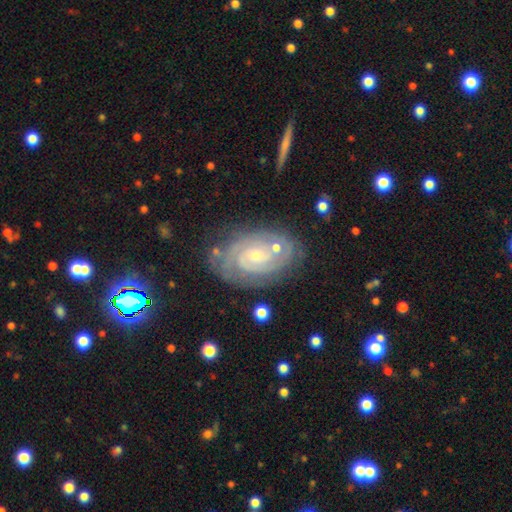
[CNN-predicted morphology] The model was most divided on "spiral arm count": 2: 47%, can't tell: 23%, 3: 16%, 4: 5%, 1: 4%, more than 4: 4%. More confident: edge-on disk — no (97%); spiral arms — yes (96%); smooth or featured — featured or disk (85%); spiral winding — tight (75%); bar — no (70%); merging — none (69%); bulge size — small (67%).